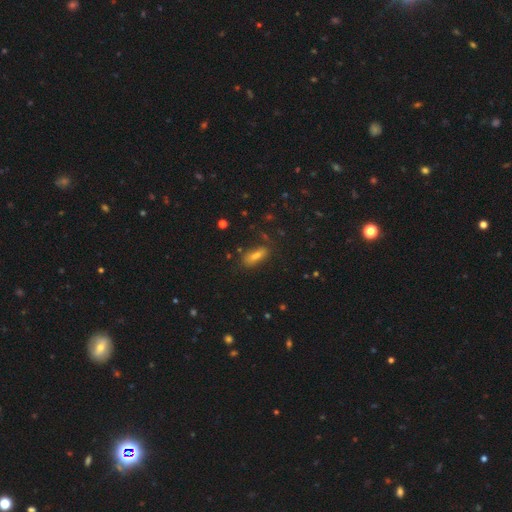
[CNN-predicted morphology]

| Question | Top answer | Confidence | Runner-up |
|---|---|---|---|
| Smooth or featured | smooth | 65% | star or artifact (18%) |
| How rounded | in between | 62% | cigar-shaped (34%) |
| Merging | none | 74% | minor disturbance (17%) |